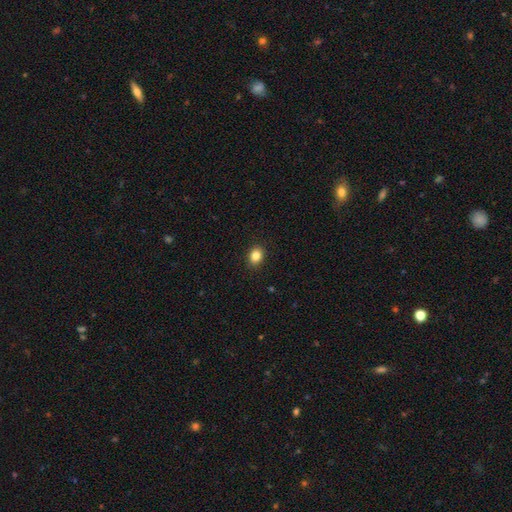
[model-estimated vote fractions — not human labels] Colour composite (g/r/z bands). It shows a smooth galaxy with no disk features (85%) that is in between round and cigar-shaped (51%). Merging: none (91%).